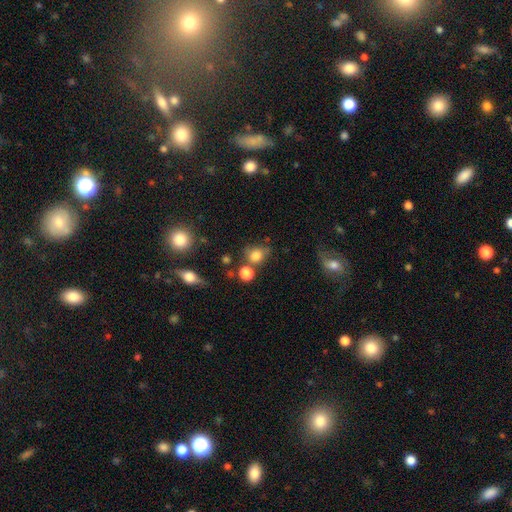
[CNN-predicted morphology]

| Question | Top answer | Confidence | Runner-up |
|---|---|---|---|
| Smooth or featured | smooth | 79% | star or artifact (13%) |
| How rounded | round | 70% | in between (29%) |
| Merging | none | 56% | minor disturbance (19%) |